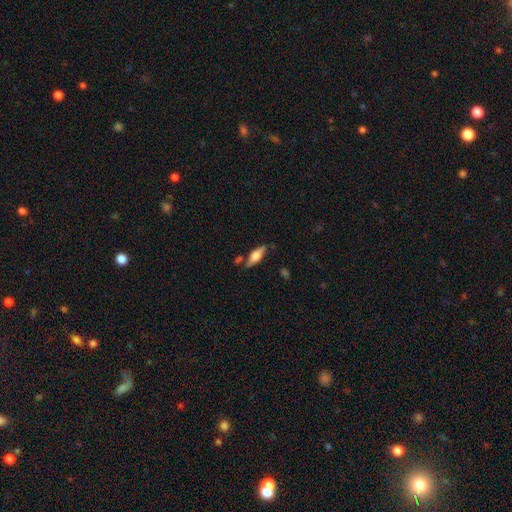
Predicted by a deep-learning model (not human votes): Smooth or featured: smooth — 47% (featured or disk — 46%)
Merging: none — 72% (minor disturbance — 17%)